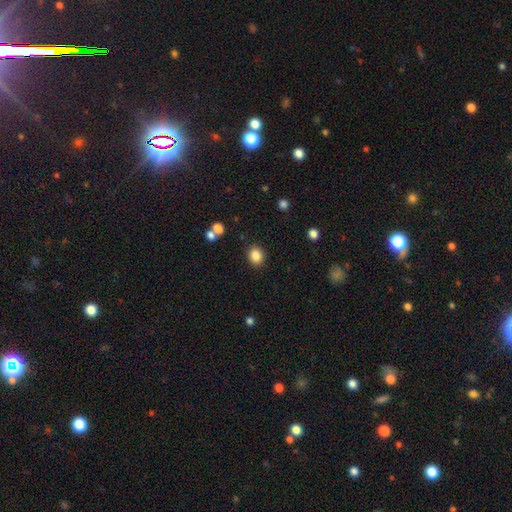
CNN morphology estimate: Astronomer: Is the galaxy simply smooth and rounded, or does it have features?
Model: smooth — 85%.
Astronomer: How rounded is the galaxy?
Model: round — 63%.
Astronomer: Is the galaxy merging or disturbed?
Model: none — 87%.